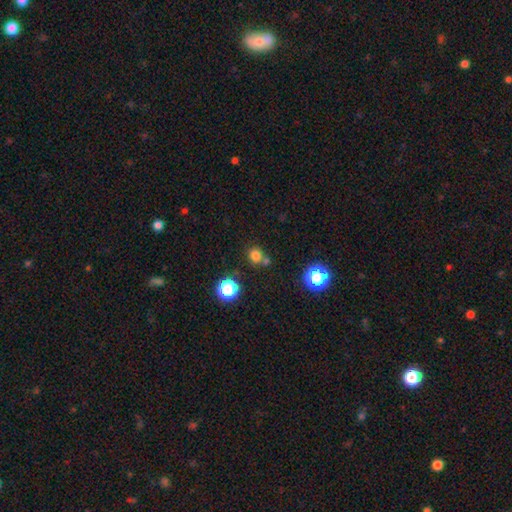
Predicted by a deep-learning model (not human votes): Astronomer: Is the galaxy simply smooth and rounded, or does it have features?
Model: smooth — 76%.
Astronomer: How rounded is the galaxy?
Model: round — 85%.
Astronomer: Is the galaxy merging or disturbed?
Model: none — 63%.